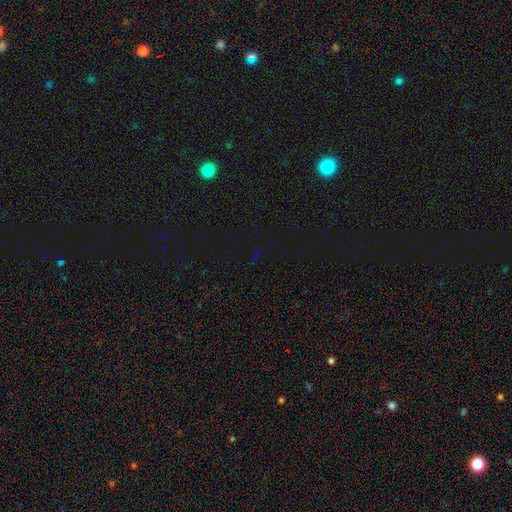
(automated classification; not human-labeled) A star or artifact, not a galaxy (74%).

Vote fractions:
- Smooth or featured? star or artifact: 74% / smooth: 17% / featured or disk: 8%